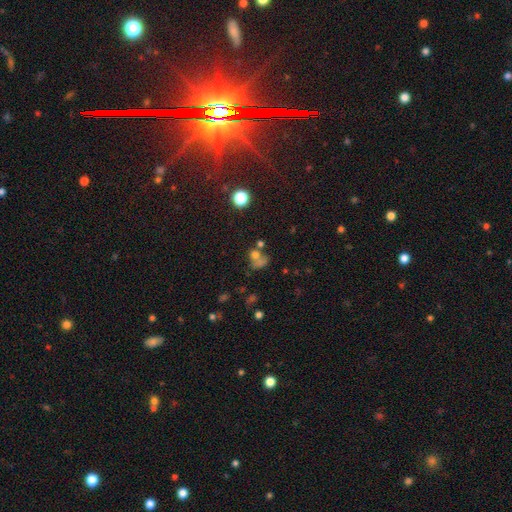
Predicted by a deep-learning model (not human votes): This is likely a smooth galaxy (62%). How rounded: likely round (66%). Merging: marginally merger (43%).